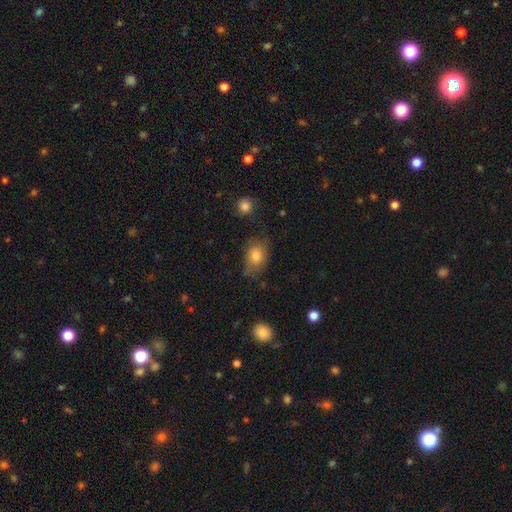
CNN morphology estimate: type=smooth (77%); roundness=in between (68%); merging=none (58%).